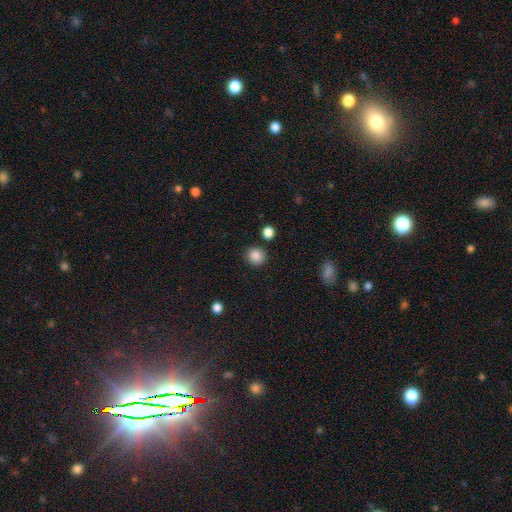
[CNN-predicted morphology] The model was most divided on "how rounded": round: 88%, in between: 11%, cigar-shaped: 1%. More confident: smooth or featured — smooth (87%); merging — none (86%).